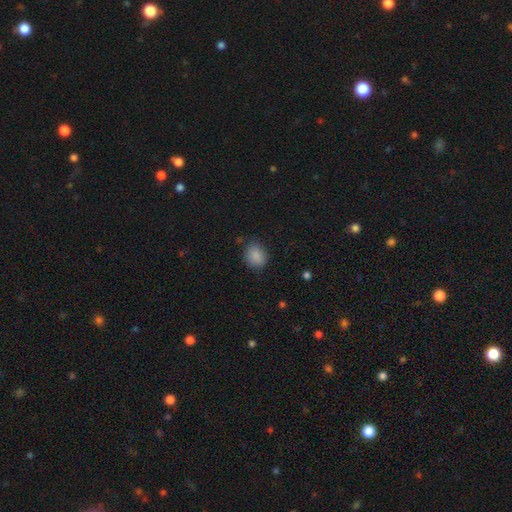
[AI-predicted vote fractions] Overall: smooth (87%). How rounded: round (51%; in between 48%). Merging: none (78%).